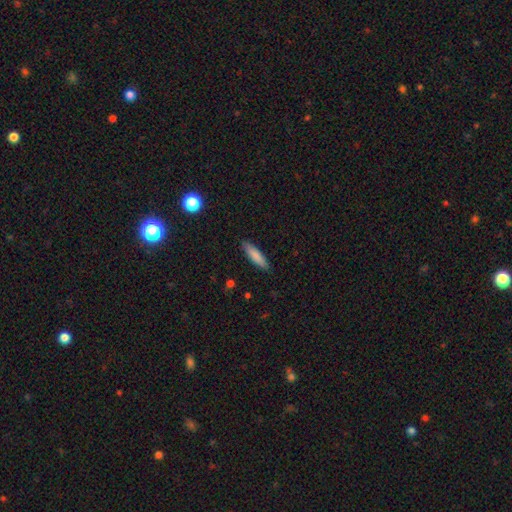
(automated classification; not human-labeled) Morphology: type=smooth (83%); roundness=cigar-shaped (74%); merging=none (88%).